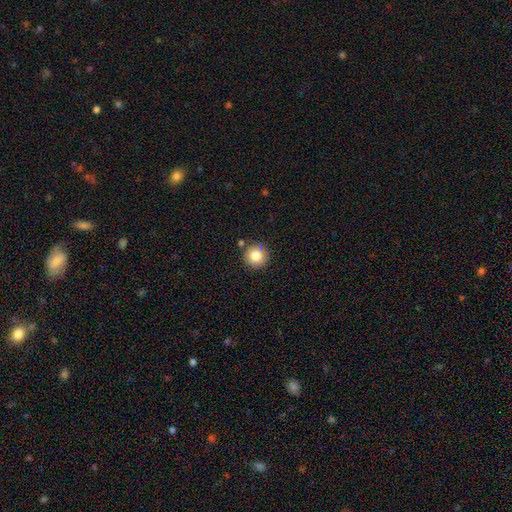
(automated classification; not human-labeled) Smooth or featured? smooth (82%)
How rounded? round (95%)
Merging? none (85%)